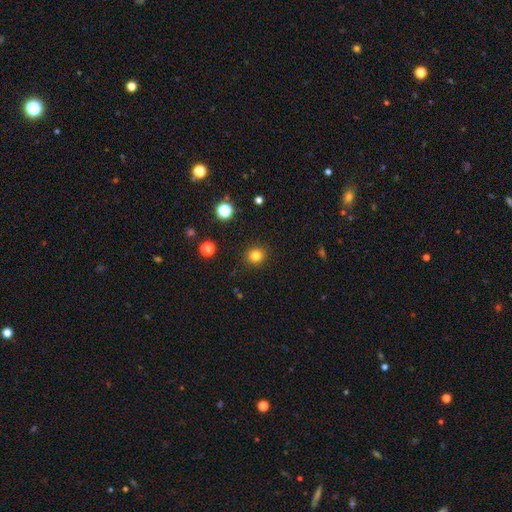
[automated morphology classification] Q: Smooth or featured?
A: smooth (81%); runner-up: star or artifact (14%)
Q: How rounded?
A: round (90%); runner-up: in between (9%)
Q: Merging?
A: none (90%); runner-up: minor disturbance (6%)